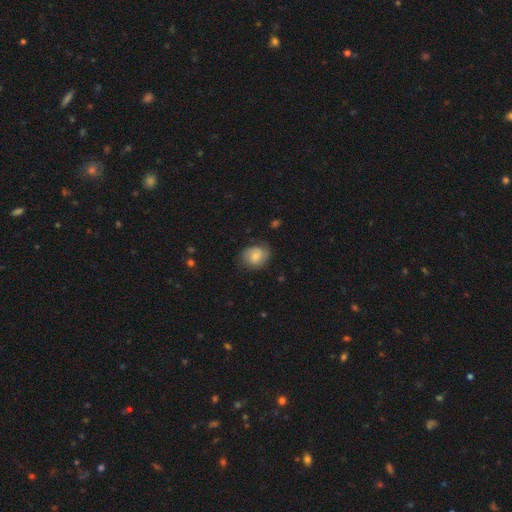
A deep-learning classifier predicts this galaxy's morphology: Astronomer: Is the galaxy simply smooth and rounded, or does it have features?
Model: smooth — 49% (runner-up: featured or disk, 43%).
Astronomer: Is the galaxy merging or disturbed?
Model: none — 70%.